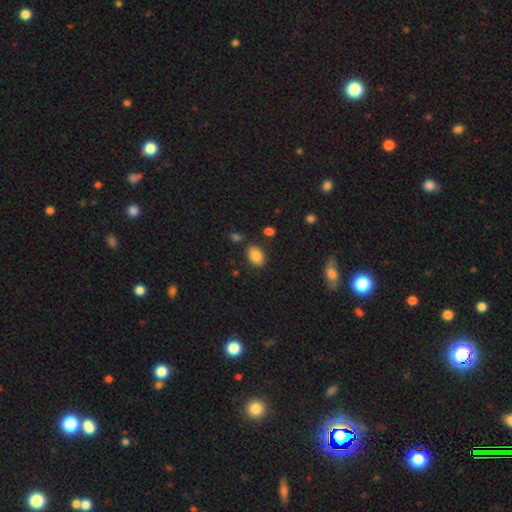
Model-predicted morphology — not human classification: smooth 84%, star or artifact 8%, featured or disk 7%. Down the decision tree: how rounded — in between (84%); merging — none (82%).